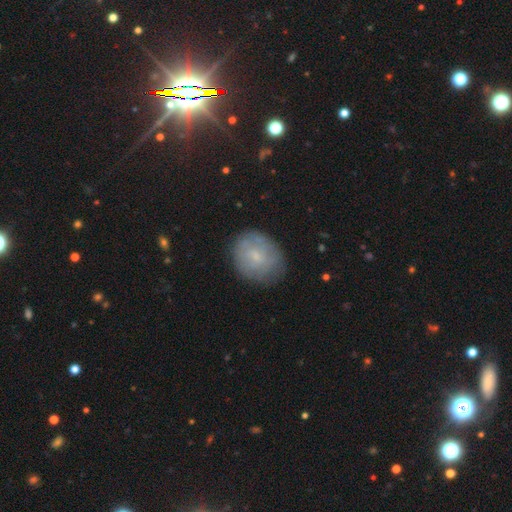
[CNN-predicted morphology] smooth 60%, featured or disk 31%, star or artifact 9%. Down the decision tree: how rounded — round (57%); merging — none (76%).